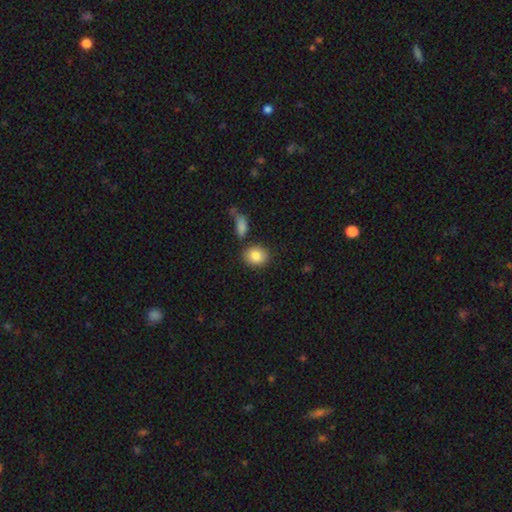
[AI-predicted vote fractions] Morphology: type=smooth (85%); roundness=round (56%); merging=none (78%).